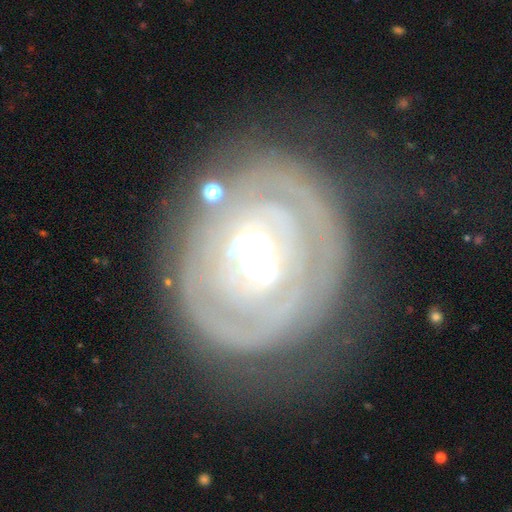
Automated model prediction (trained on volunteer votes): Morphology: type=featured or disk (76%); edge-on=no (95%); bar=no (42%); spiral arms=yes (56%); bulge=moderate (60%); merging=none (65%).